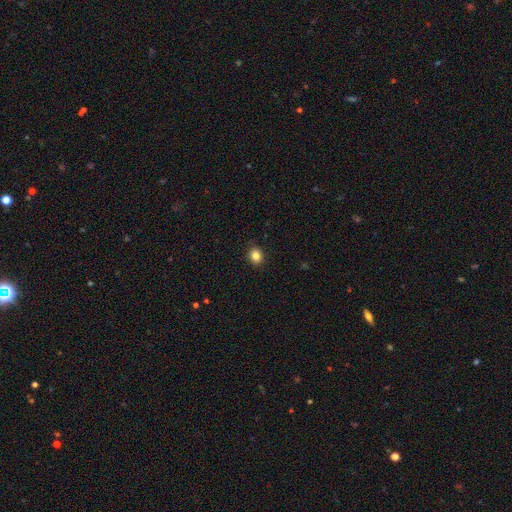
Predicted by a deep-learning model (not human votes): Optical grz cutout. It shows a smooth galaxy with no disk features (84%) that is round (76%). Merging: none (91%).